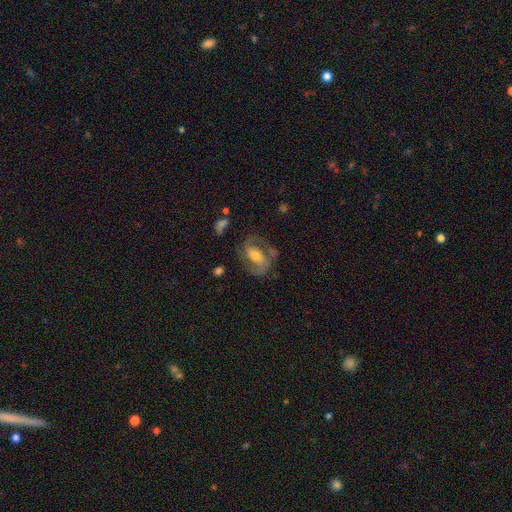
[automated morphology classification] Smooth or featured? featured or disk (81%)
Edge-on disk? no (96%)
Bar? strong (40%)
Spiral arms? yes (91%)
Spiral winding? medium (53%)
Spiral arm count? 2 (87%)
Bulge size? moderate (57%)
Merging? none (69%)